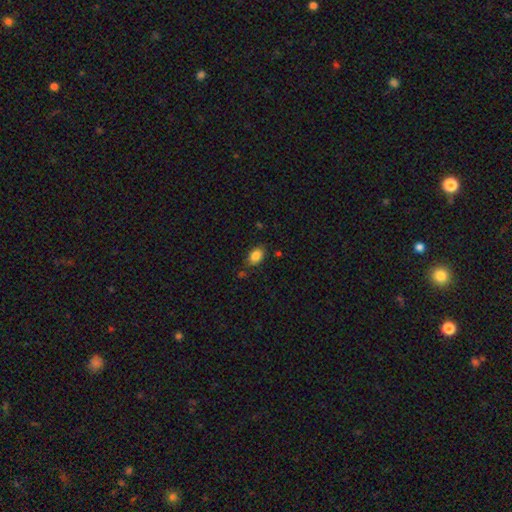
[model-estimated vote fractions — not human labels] smooth_or_featured: smooth (p=0.86) [alt: star or artifact p=0.09]
how_rounded: in between (p=0.84) [alt: round p=0.14]
merging: none (p=0.80) [alt: minor disturbance p=0.13]